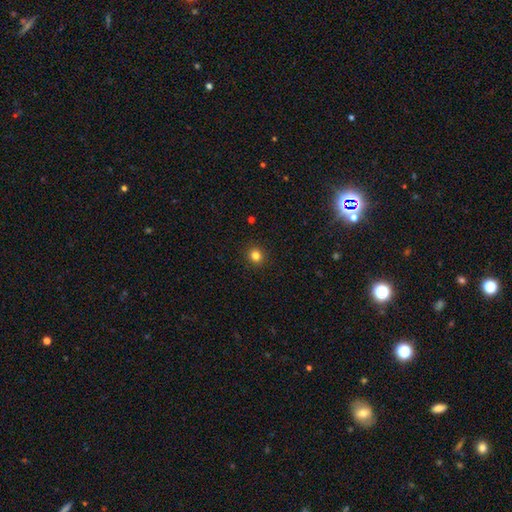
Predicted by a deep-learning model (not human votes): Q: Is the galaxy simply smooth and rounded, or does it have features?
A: smooth — 82%.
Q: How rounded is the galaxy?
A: round — 87%.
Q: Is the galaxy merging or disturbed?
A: none — 92%.